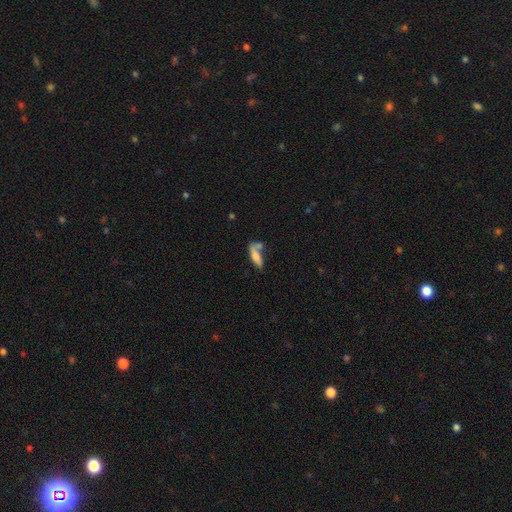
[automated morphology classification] Q: Smooth or featured?
A: smooth (65%); runner-up: featured or disk (27%)
Q: How rounded?
A: cigar-shaped (56%); runner-up: in between (41%)
Q: Merging?
A: none (37%); runner-up: merger (34%)